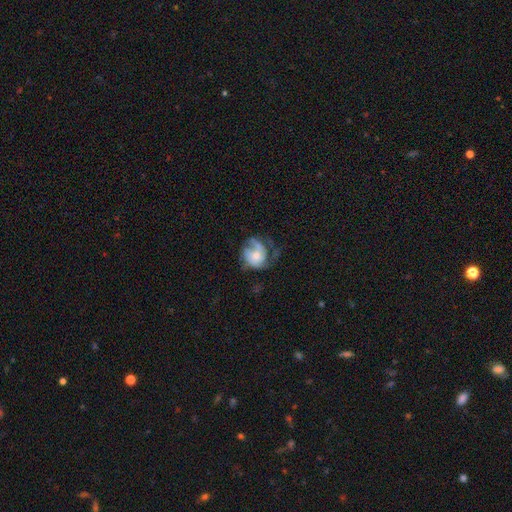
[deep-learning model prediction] This is likely a featured or disk galaxy (64%). It is clearly not viewed edge-on (98%). Bar: likely no (77%). Spiral arm pattern: clearly yes (80%). Spiral arm count: marginally 2 (33%). Spiral winding: marginally medium (40%). Central bulge: possibly moderate (47%). Merging: marginally none (39%).